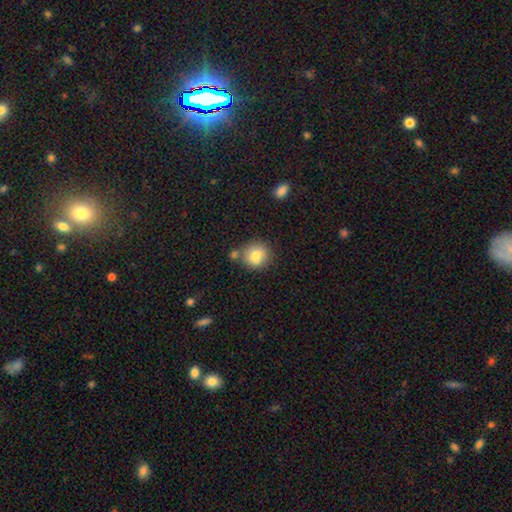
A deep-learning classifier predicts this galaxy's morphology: Smooth or featured: smooth — 76% (featured or disk — 14%)
How rounded: round — 86% (in between — 13%)
Merging: none — 62% (merger — 20%)